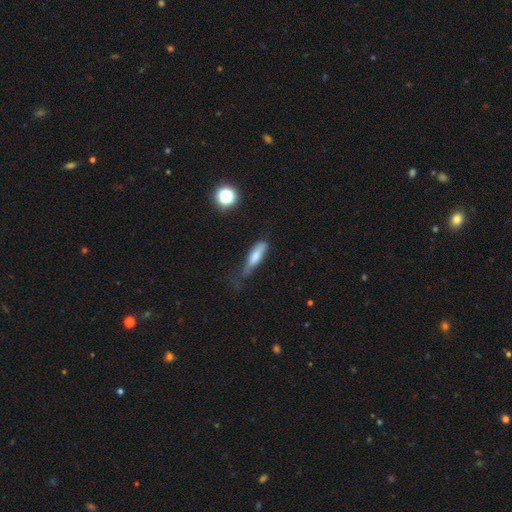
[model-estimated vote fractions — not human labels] A smooth galaxy with no disk features (71%) that is cigar-shaped (62%).

Vote fractions:
- Smooth or featured? smooth: 71% / featured or disk: 21% / star or artifact: 8%
- How rounded? cigar-shaped: 62% / in between: 36% / round: 3%
- Merging? minor disturbance: 39% / none: 35% / major disturbance: 22% / merger: 3%